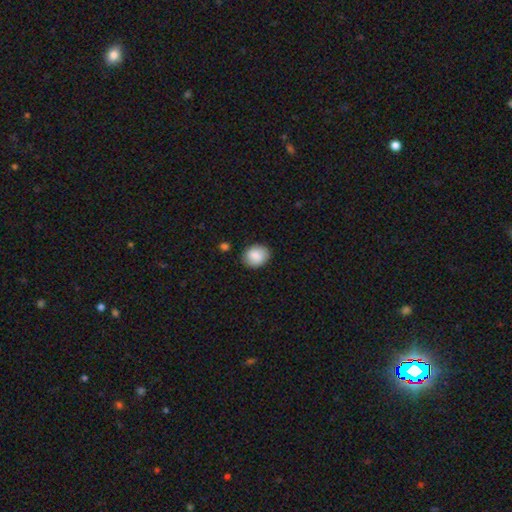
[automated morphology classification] smooth_or_featured: smooth (p=0.87) [alt: star or artifact p=0.07]
how_rounded: in between (p=0.52) [alt: round p=0.47]
merging: none (p=0.84) [alt: minor disturbance p=0.11]